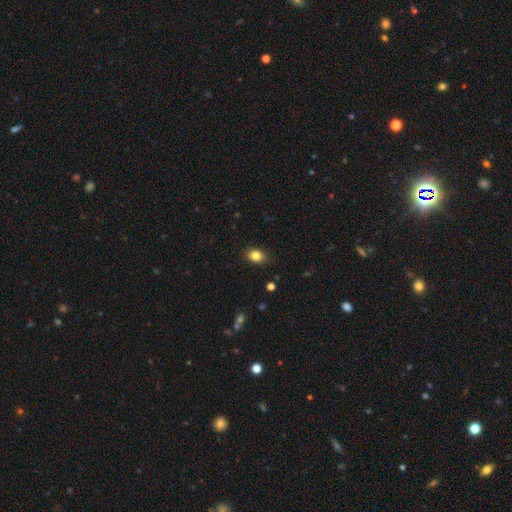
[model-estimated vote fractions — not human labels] The model was most divided on "how rounded": in between: 66%, round: 33%, cigar-shaped: 1%. More confident: merging — none (86%); smooth or featured — smooth (84%).